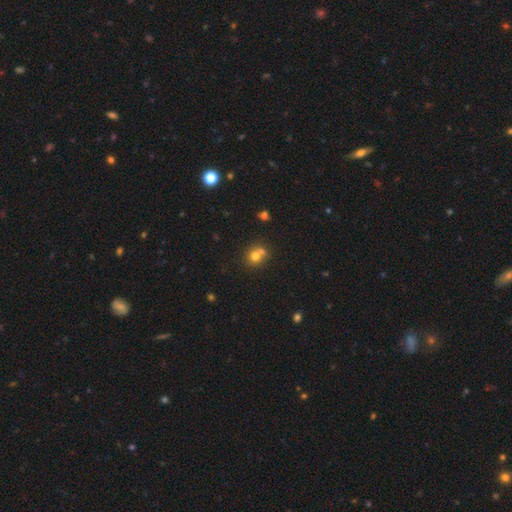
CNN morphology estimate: Smooth or featured? Predicted: smooth (p=0.73). How rounded? Predicted: round (p=0.80). Merging? Predicted: merger (p=0.45).